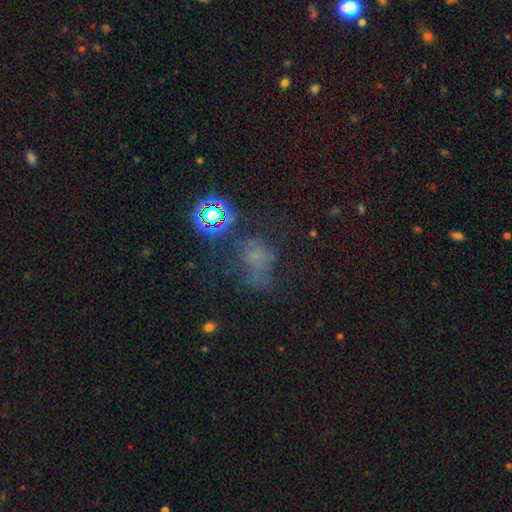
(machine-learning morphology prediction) The model was most divided on "smooth or featured": star or artifact: 42%, smooth: 36%, featured or disk: 22%.